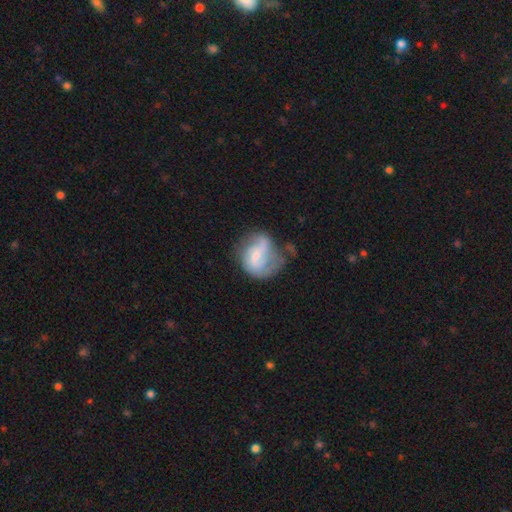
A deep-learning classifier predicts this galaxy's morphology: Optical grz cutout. It shows a featured or disk galaxy (63%) with a weak bar (47%), spiral arms (77%) and a small central bulge (57%). Merging: none (36%).